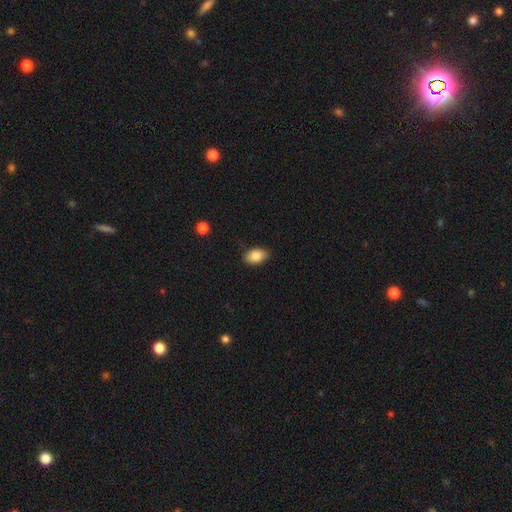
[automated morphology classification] This appears to be a smooth galaxy with no disk features (86%) that is in between round and cigar-shaped (89%). Merging: none (84%).